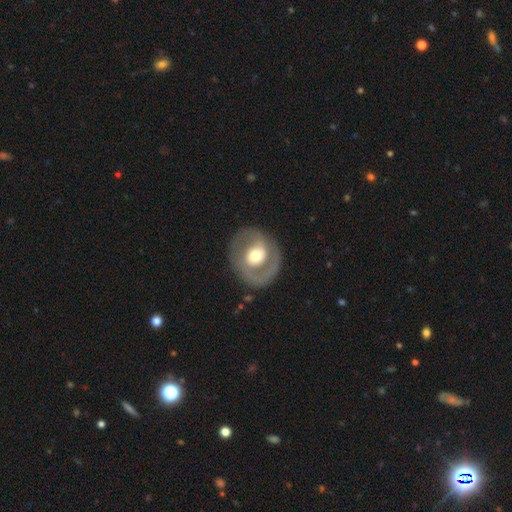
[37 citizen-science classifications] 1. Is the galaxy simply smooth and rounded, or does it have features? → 59% featured or disk, 35% smooth, 5% star or artifact.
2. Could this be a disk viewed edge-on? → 100% no, 0% yes.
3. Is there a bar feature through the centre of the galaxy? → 55% weak, 41% no, 5% strong.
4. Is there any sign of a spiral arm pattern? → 82% yes, 18% no.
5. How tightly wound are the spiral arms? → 50% medium, 28% loose, 22% tight.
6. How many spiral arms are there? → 89% 2, 11% can't tell, 0% 1, 0% 3, 0% 4, 0% more than 4.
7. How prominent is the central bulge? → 77% moderate, 23% large, 0% dominant, 0% small, 0% none.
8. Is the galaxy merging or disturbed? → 80% none, 14% minor disturbance, 3% major disturbance, 3% merger.